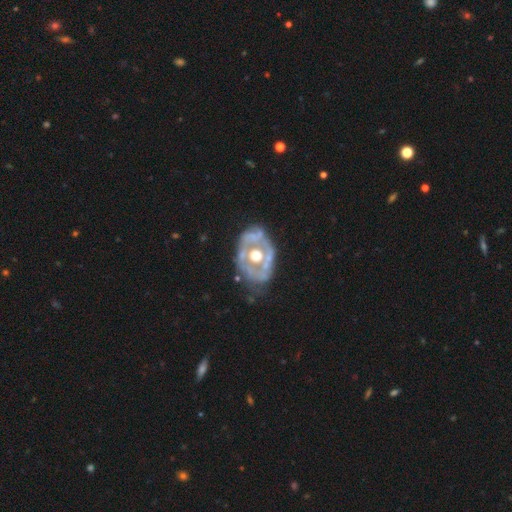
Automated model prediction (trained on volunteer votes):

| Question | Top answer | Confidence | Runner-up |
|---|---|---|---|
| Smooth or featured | featured or disk | 75% | smooth (19%) |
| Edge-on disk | no | 95% | yes (5%) |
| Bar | no | 86% | weak (9%) |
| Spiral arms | no | 68% | yes (32%) |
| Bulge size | moderate | 72% | large (21%) |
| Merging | none | 56% | minor disturbance (25%) |